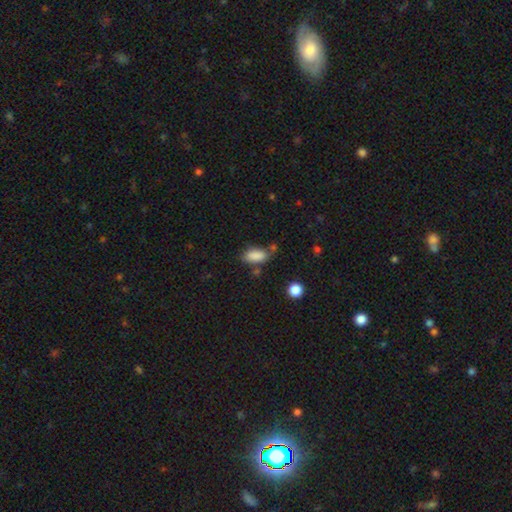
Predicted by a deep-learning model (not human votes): Smooth or featured: smooth — 87% (star or artifact — 8%)
How rounded: in between — 90% (cigar-shaped — 6%)
Merging: none — 62% (minor disturbance — 22%)